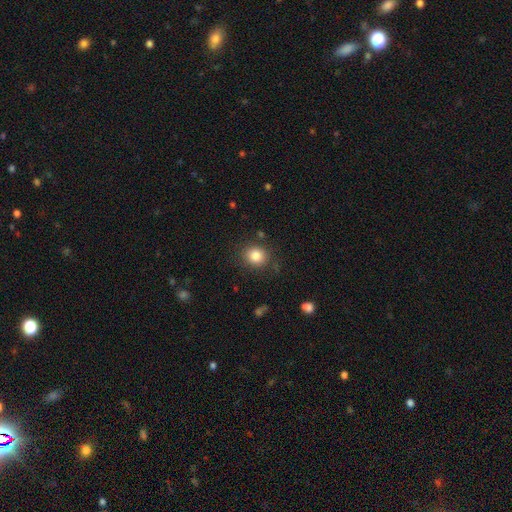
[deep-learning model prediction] Overall: smooth (84%). How rounded: round (80%). Merging: none (83%).